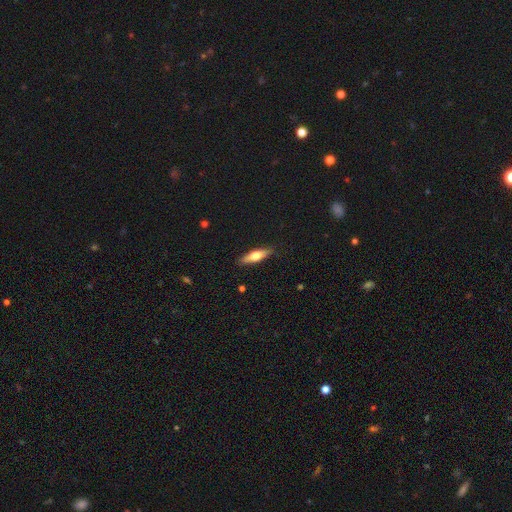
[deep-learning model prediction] The model was most divided on "smooth or featured": smooth: 58%, featured or disk: 36%, star or artifact: 6%. More confident: merging — none (87%); how rounded — cigar-shaped (62%).